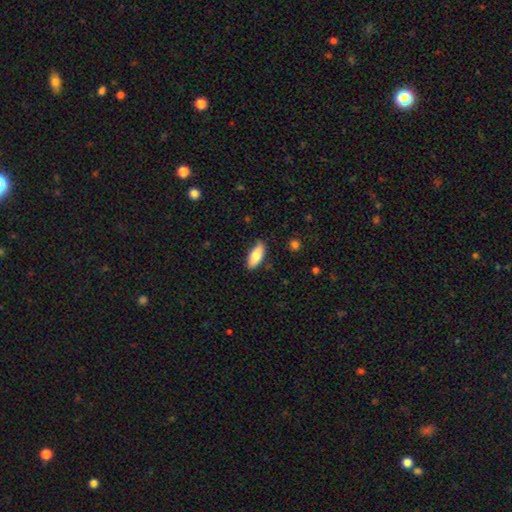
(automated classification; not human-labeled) A smooth galaxy with no disk features (80%) that is in between round and cigar-shaped (82%).

Vote fractions:
- Smooth or featured? smooth: 80% / featured or disk: 14% / star or artifact: 6%
- How rounded? in between: 82% / cigar-shaped: 16% / round: 2%
- Merging? none: 83% / minor disturbance: 14% / major disturbance: 2% / merger: 1%